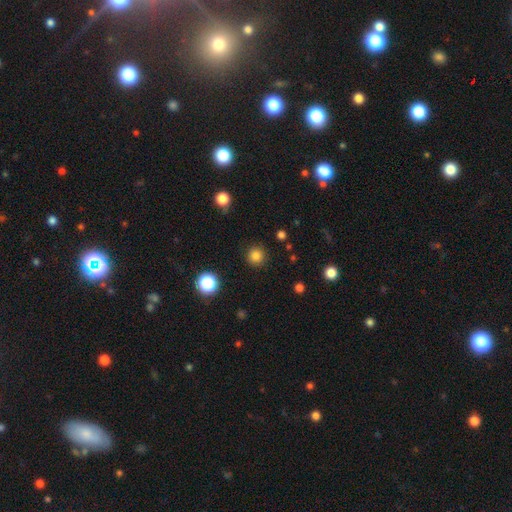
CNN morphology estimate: This is clearly a smooth galaxy (83%). How rounded: clearly round (95%). Merging: clearly none (91%).